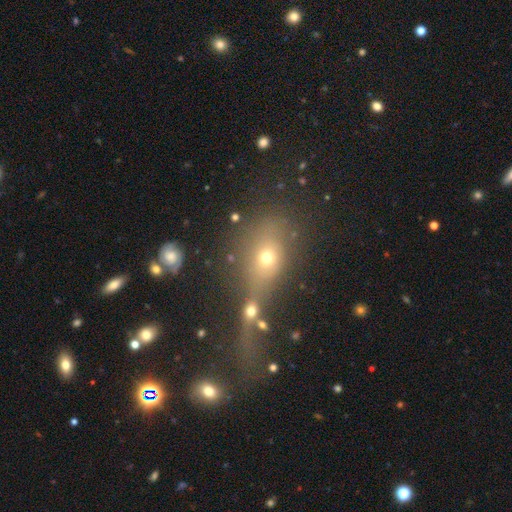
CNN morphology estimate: smooth-or-featured: smooth: 49% | star or artifact: 33% | featured or disk: 18%
  merging: none: 46% | merger: 25% | major disturbance: 15% | minor disturbance: 14%